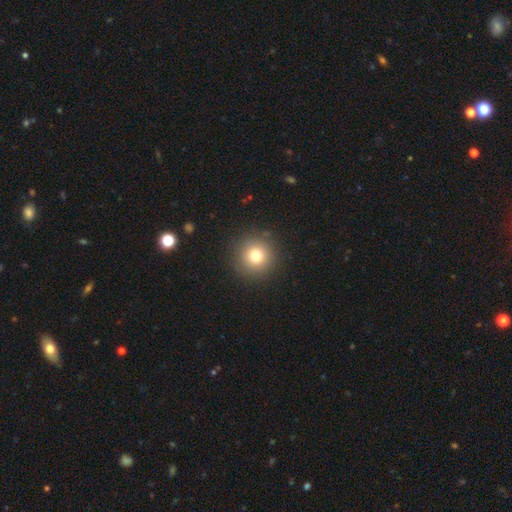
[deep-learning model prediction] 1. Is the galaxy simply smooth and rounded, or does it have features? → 76% smooth, 14% star or artifact, 10% featured or disk.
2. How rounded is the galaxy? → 95% round, 4% in between, 1% cigar-shaped.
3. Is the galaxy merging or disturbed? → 90% none, 6% minor disturbance, 3% major disturbance, 1% merger.